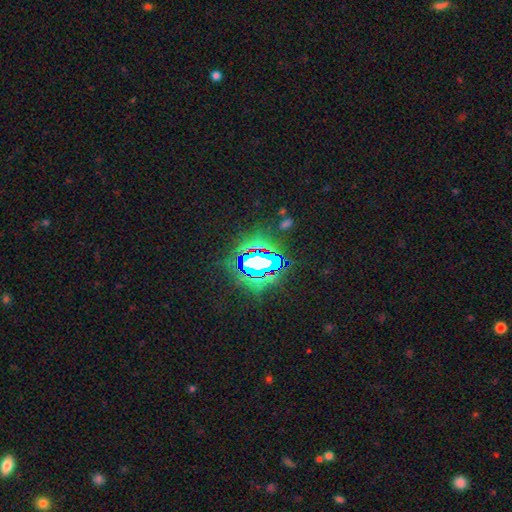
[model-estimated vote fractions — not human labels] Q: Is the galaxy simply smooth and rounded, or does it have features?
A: star or artifact — 82%.